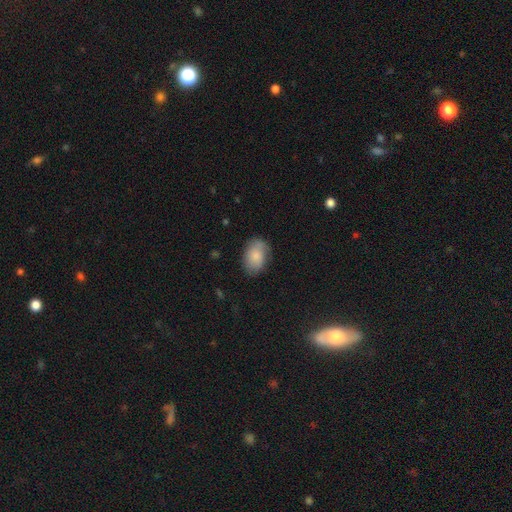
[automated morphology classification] type=smooth (77%); roundness=in between (85%); merging=none (69%).